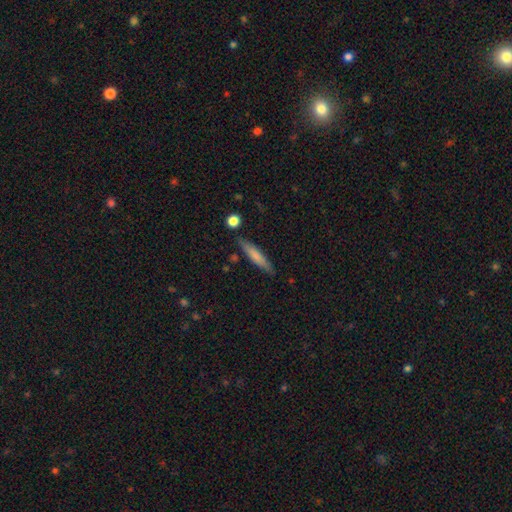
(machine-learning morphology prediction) type=smooth (70%); roundness=cigar-shaped (89%); merging=none (84%).